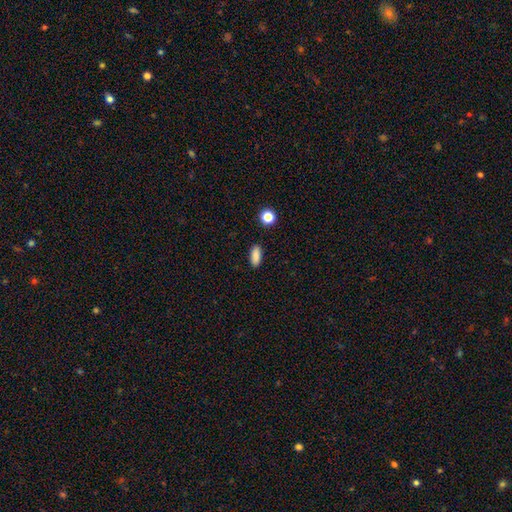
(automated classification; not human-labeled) Morphology: type=smooth (88%); roundness=in between (81%); merging=none (89%).